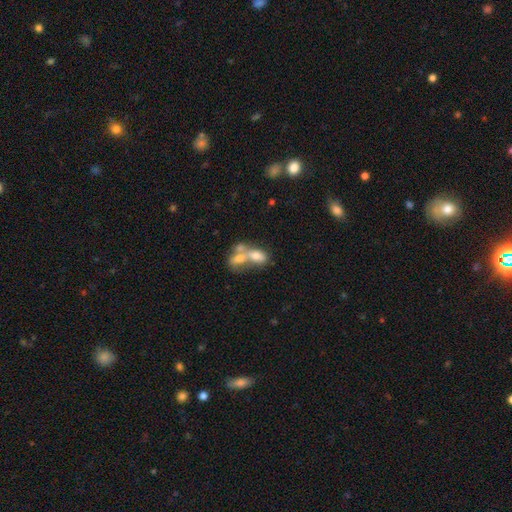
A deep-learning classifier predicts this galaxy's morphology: A smooth galaxy with no disk features (57%) that is in between round and cigar-shaped (74%). Merging: merger (71%).